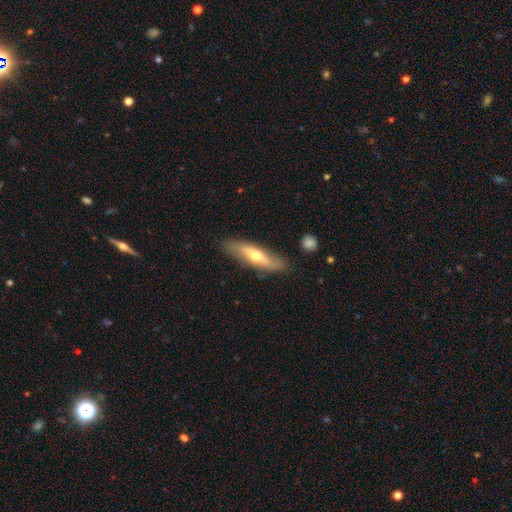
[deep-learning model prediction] smooth-or-featured: smooth: 47% (tied) | featured or disk: 47% (tied) | star or artifact: 5%
  merging: none: 82% | minor disturbance: 13% | major disturbance: 3% | merger: 2%